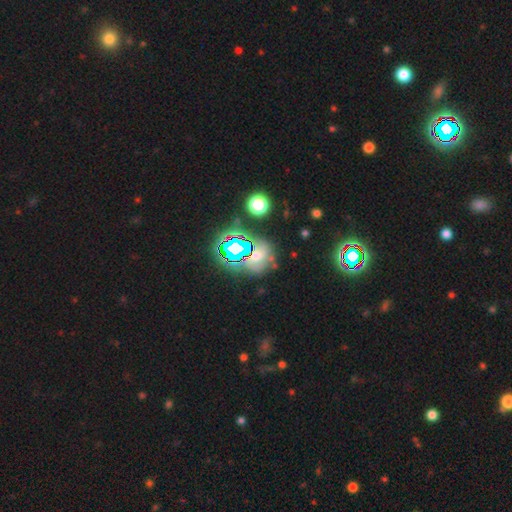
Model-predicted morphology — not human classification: Overall: star or artifact (52%; smooth 27%).